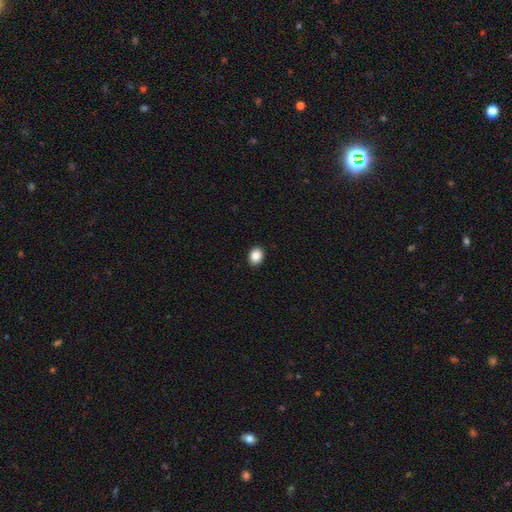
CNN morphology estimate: Q: Smooth or featured?
A: smooth (87%); runner-up: star or artifact (9%)
Q: How rounded?
A: in between (50%); runner-up: round (49%)
Q: Merging?
A: none (92%); runner-up: minor disturbance (6%)